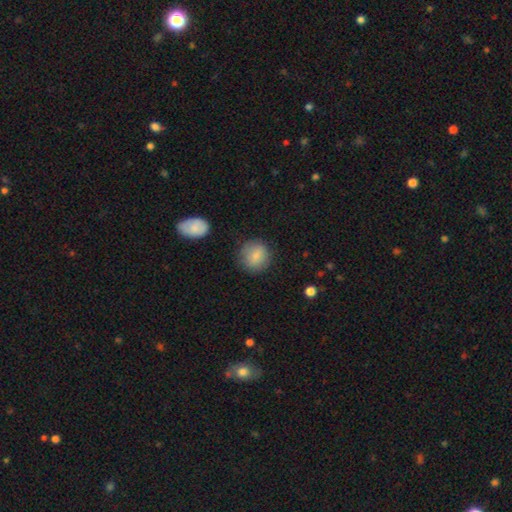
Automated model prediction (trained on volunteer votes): Smooth or featured: smooth — 82% (featured or disk — 10%)
How rounded: round — 88% (in between — 11%)
Merging: none — 84% (minor disturbance — 11%)